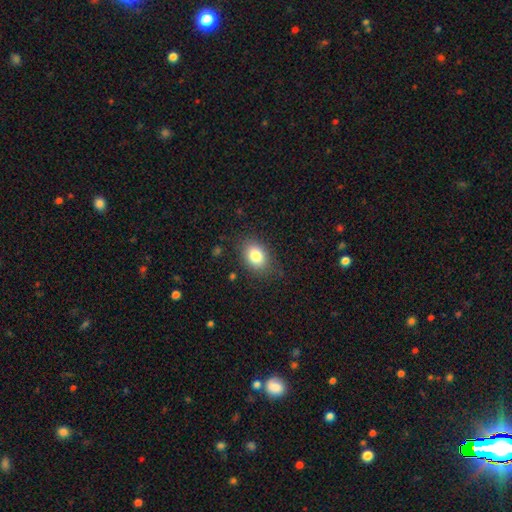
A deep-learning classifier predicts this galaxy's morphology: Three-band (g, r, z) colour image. It shows a smooth galaxy with no disk features (82%) that is in between round and cigar-shaped (67%). Merging: none (82%).